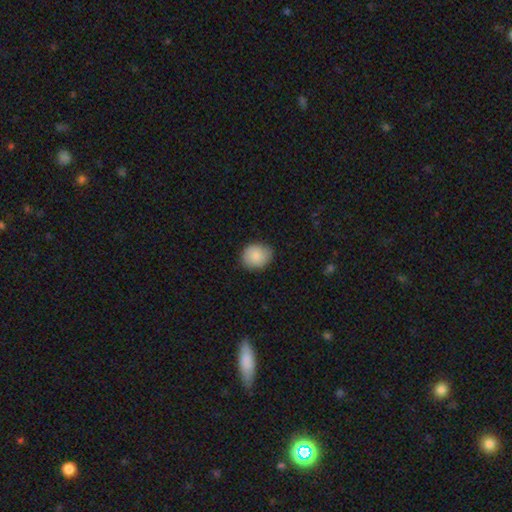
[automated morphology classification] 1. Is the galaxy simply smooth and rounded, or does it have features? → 85% smooth, 8% featured or disk, 7% star or artifact.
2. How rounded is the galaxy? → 71% round, 28% in between, 1% cigar-shaped.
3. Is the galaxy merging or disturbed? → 81% none, 15% minor disturbance, 3% major disturbance, 1% merger.